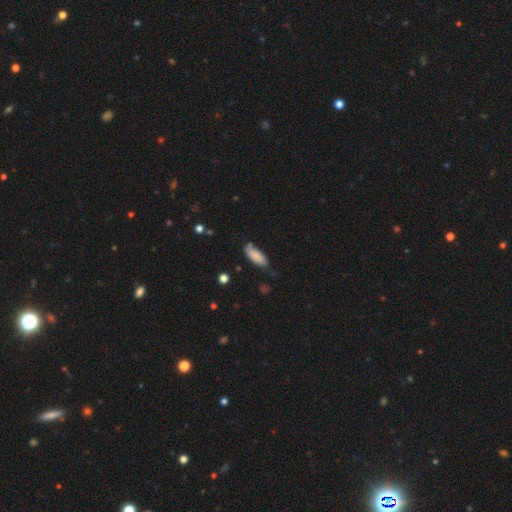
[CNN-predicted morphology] type=smooth (84%); roundness=in between (78%); merging=none (62%).